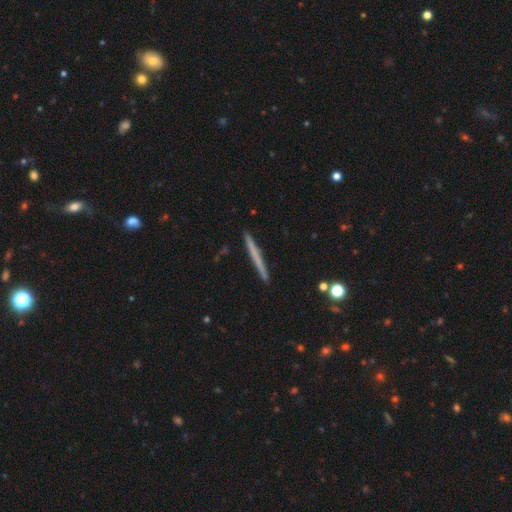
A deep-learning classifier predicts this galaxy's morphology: smooth-or-featured: smooth: 52% | featured or disk: 42% | star or artifact: 6%
  how-rounded: cigar-shaped: 97% | in between: 2% | round: 1%
  merging: none: 92% | minor disturbance: 6% | merger: 1% | major disturbance: 1%